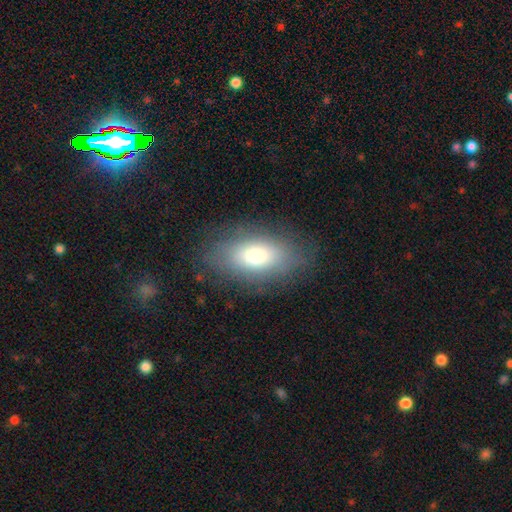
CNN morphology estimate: Q: Smooth or featured?
A: smooth (72%); runner-up: featured or disk (19%)
Q: How rounded?
A: in between (90%); runner-up: round (6%)
Q: Merging?
A: none (79%); runner-up: minor disturbance (14%)